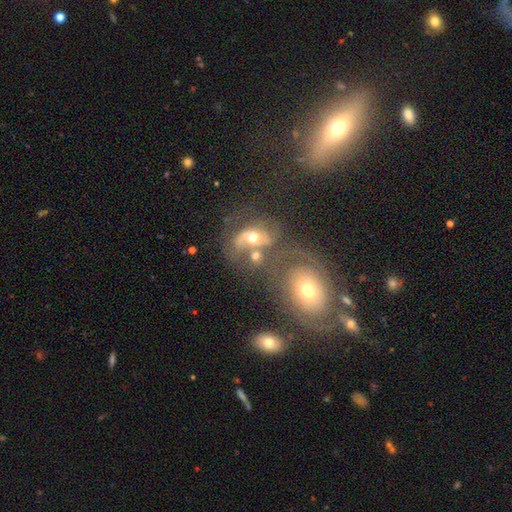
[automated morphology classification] type=featured or disk (56%); edge-on=no (96%); bar=no (65%); spiral arms=yes (73%); bulge=moderate (67%); merging=merger (49%).